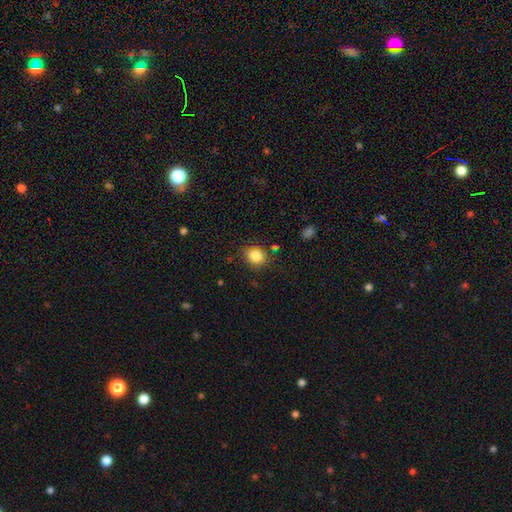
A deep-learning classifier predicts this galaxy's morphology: Q: Smooth or featured?
A: smooth (84%); runner-up: star or artifact (10%)
Q: How rounded?
A: round (65%); runner-up: in between (35%)
Q: Merging?
A: none (82%); runner-up: minor disturbance (12%)